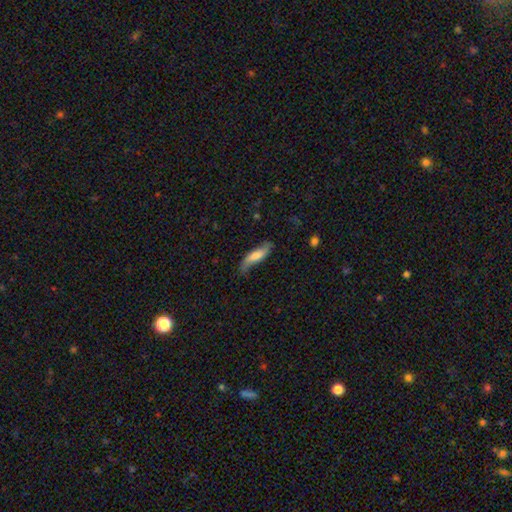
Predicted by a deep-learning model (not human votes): smooth 51%, featured or disk 42%, star or artifact 7%. Down the decision tree: how rounded — cigar-shaped (60%); merging — none (65%).